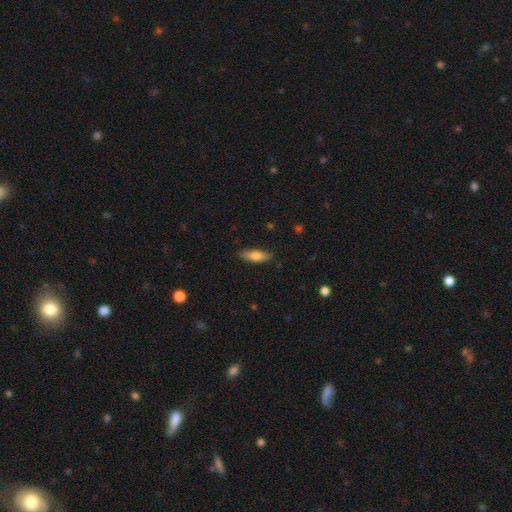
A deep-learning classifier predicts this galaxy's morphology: smooth_or_featured: smooth (p=0.75) [alt: featured or disk p=0.18]
how_rounded: in between (p=0.59) [alt: cigar-shaped p=0.39]
merging: none (p=0.85) [alt: minor disturbance p=0.11]